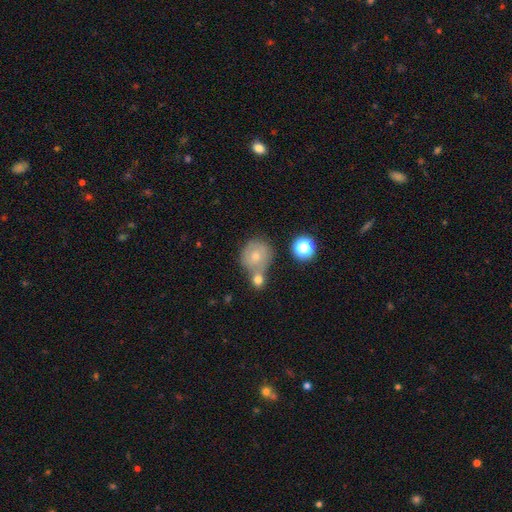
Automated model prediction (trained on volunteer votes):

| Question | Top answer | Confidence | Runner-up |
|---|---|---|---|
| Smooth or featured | smooth | 62% | featured or disk (27%) |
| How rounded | round | 85% | in between (14%) |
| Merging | merger | 42% | none (39%) |